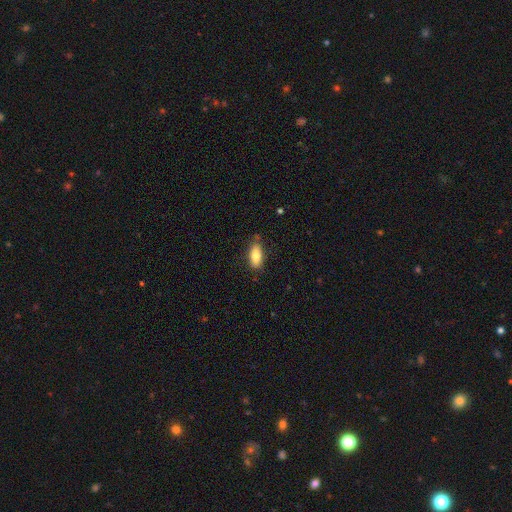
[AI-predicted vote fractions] The model was most divided on "merging": none: 79%, minor disturbance: 17%, major disturbance: 3%, merger: 2%. More confident: how rounded — in between (84%); smooth or featured — smooth (81%).